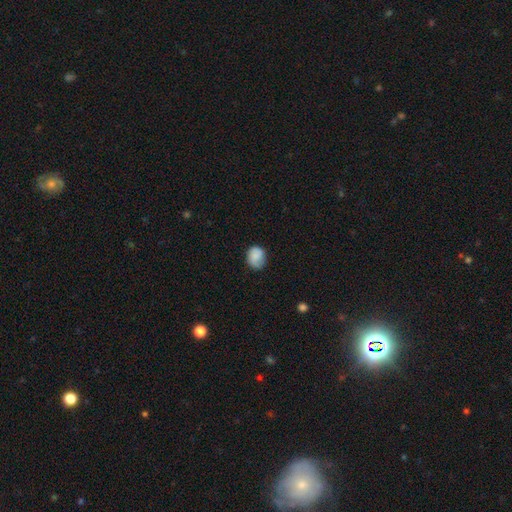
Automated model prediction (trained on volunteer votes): This is likely a smooth galaxy (77%). How rounded: likely round (65%). Merging: likely none (70%).